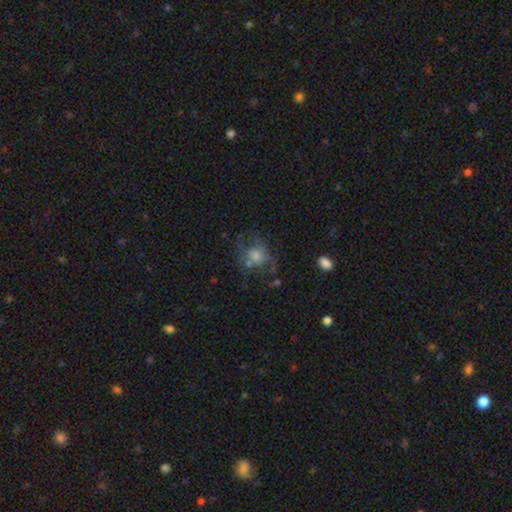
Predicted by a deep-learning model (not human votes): Smooth or featured?
  - smooth: 46% *
  - featured or disk: 39%
  - star or artifact: 15%
Merging?
  - none: 45% *
  - major disturbance: 28%
  - minor disturbance: 21%
  - merger: 6%